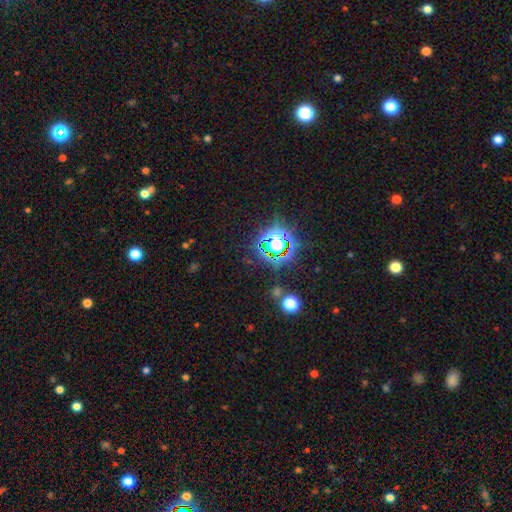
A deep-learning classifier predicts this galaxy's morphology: A star or artifact, not a galaxy (81%).

Vote fractions:
- Smooth or featured? star or artifact: 81% / smooth: 12% / featured or disk: 7%